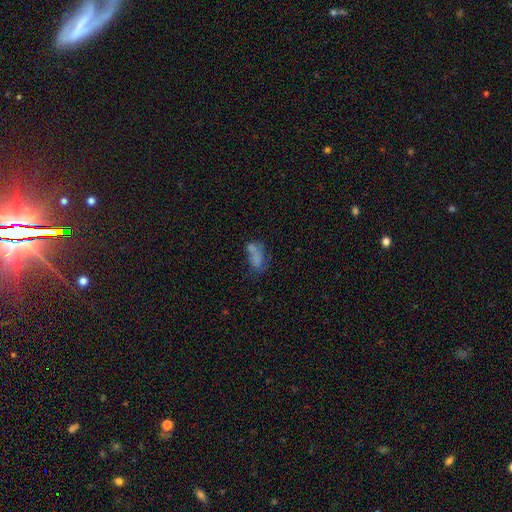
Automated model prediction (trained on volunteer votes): Smooth or featured?
  - smooth: 63% *
  - featured or disk: 22%
  - star or artifact: 15%
How rounded?
  - in between: 80% *
  - cigar-shaped: 15%
  - round: 6%
Merging?
  - none: 32% *
  - merger: 26%
  - major disturbance: 23%
  - minor disturbance: 20%